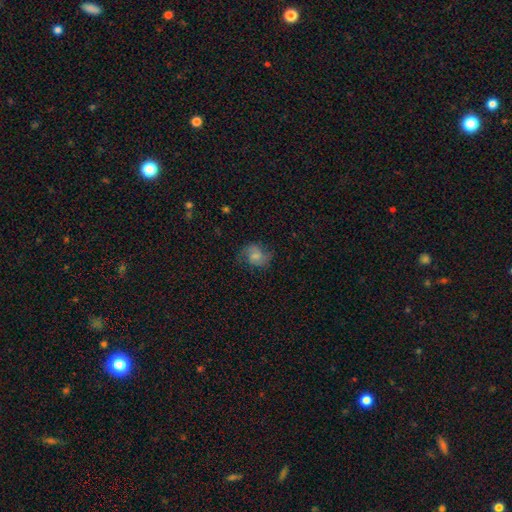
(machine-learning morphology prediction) smooth 48%, featured or disk 42%, star or artifact 10%. Down the decision tree: merging — none (65%).